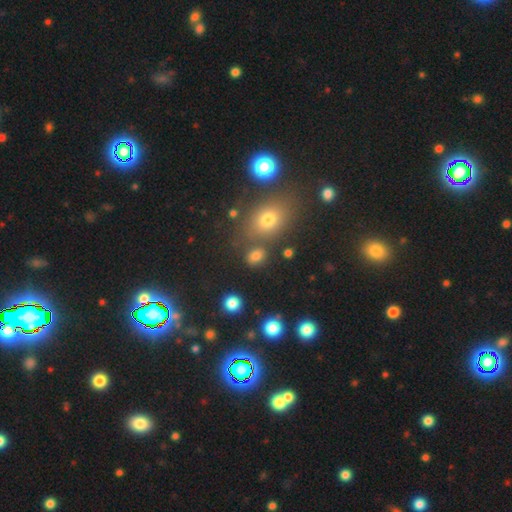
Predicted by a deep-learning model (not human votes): Q: Smooth or featured?
A: smooth (74%); runner-up: star or artifact (18%)
Q: How rounded?
A: in between (57%); runner-up: round (41%)
Q: Merging?
A: none (72%); runner-up: minor disturbance (13%)